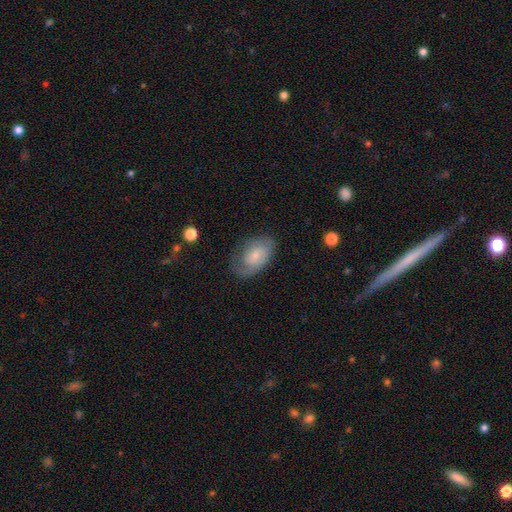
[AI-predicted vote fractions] Smooth or featured? featured or disk (48%)
Merging? none (65%)